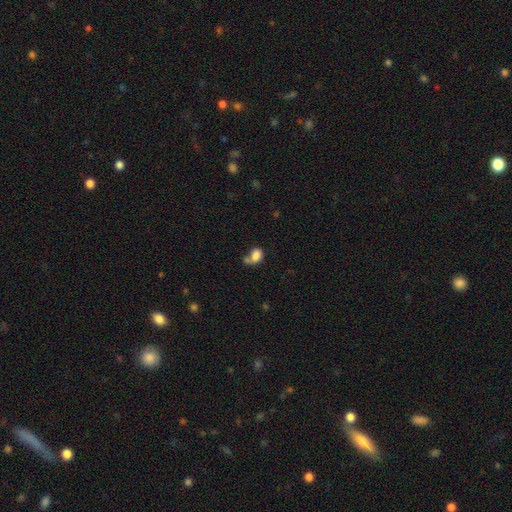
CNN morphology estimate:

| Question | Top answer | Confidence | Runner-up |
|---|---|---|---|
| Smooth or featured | smooth | 79% | featured or disk (11%) |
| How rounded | in between | 73% | round (25%) |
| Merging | merger | 44% | none (29%) |